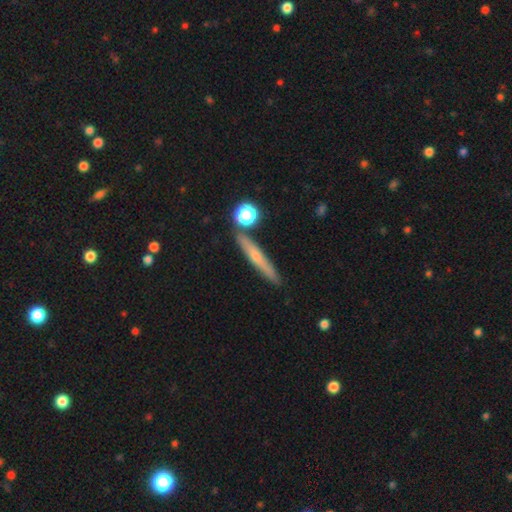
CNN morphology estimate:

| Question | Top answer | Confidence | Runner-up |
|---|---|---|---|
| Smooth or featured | featured or disk | 46% | smooth (45%) |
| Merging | none | 84% | minor disturbance (9%) |